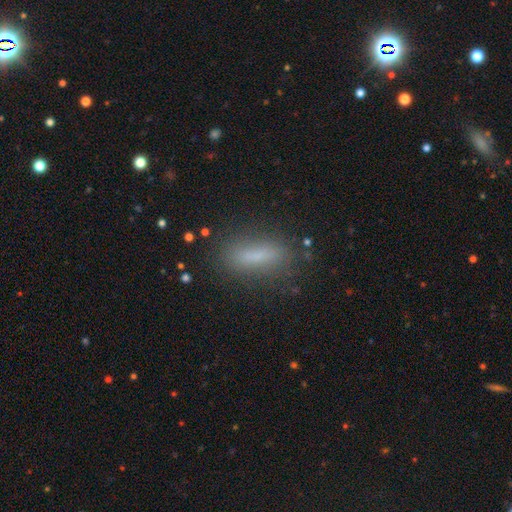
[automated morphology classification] Smooth or featured? Predicted: smooth (p=0.72). How rounded? Predicted: cigar-shaped (p=0.57). Merging? Predicted: none (p=0.80).